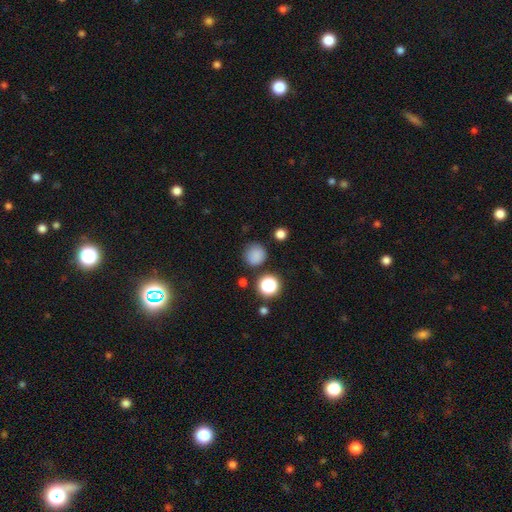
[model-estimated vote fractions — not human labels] This appears to be a smooth galaxy with no disk features (80%) that is round (89%). Merging: none (80%).